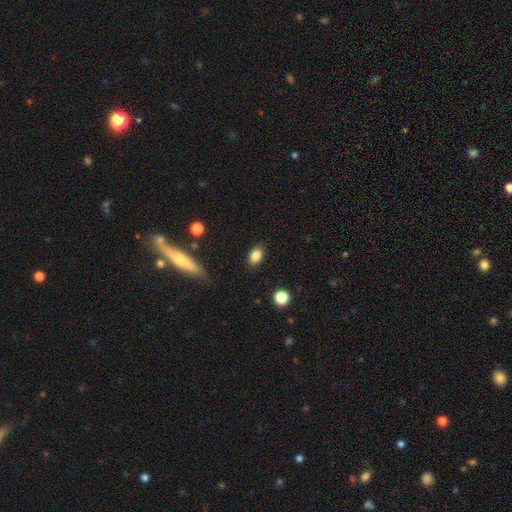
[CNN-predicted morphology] smooth-or-featured: smooth: 85% | star or artifact: 9% | featured or disk: 7%
  how-rounded: in between: 85% | round: 13% | cigar-shaped: 2%
  merging: none: 86% | minor disturbance: 10% | major disturbance: 3% | merger: 1%